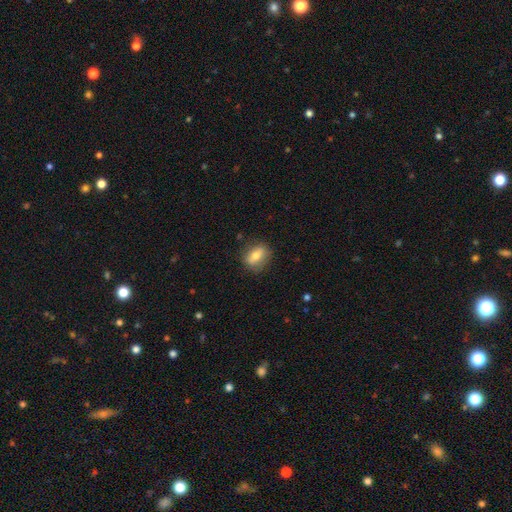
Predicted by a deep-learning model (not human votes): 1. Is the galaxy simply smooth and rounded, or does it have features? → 66% smooth, 26% featured or disk, 8% star or artifact.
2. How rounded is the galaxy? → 65% in between, 30% round, 5% cigar-shaped.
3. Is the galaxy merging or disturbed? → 80% none, 15% minor disturbance, 4% major disturbance, 1% merger.